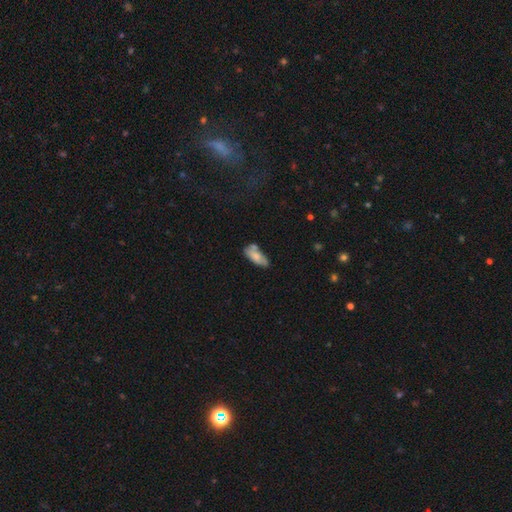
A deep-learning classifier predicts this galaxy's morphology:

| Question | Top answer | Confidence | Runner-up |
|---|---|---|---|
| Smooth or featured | smooth | 72% | featured or disk (21%) |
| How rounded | in between | 79% | cigar-shaped (19%) |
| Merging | none | 53% | minor disturbance (25%) |